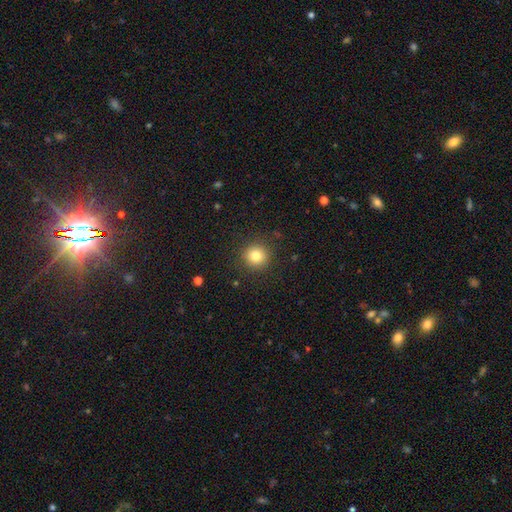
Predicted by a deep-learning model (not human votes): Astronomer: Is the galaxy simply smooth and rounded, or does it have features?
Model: smooth — 81%.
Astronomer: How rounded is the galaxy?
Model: round — 93%.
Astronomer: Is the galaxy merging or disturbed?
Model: none — 90%.